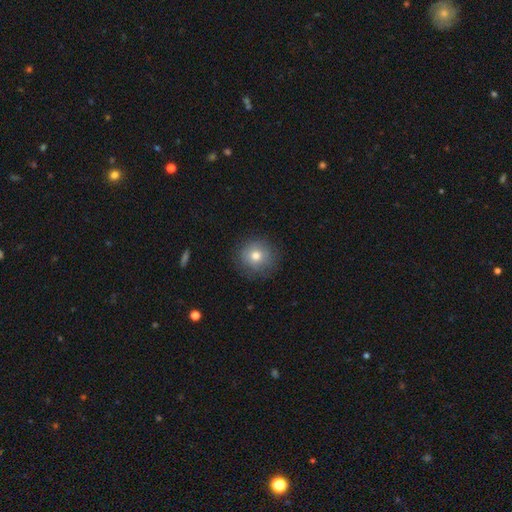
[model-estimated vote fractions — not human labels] smooth 76%, featured or disk 14%, star or artifact 10%. Down the decision tree: how rounded — round (91%); merging — none (83%).